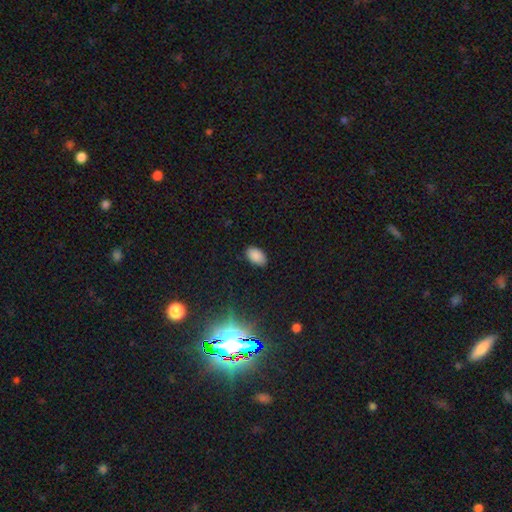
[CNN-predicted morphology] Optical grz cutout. It shows a smooth galaxy with no disk features (86%) that is in between round and cigar-shaped (93%). Merging: none (86%).